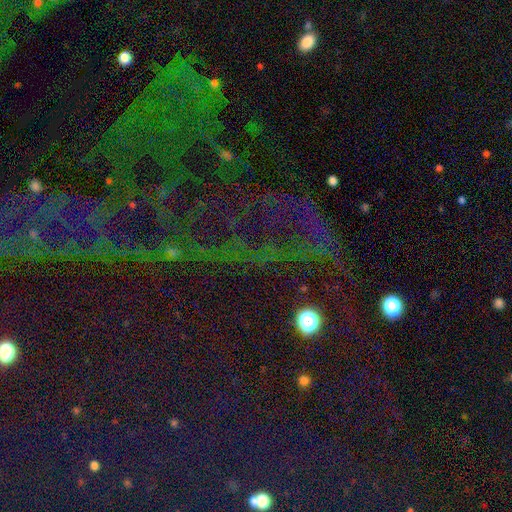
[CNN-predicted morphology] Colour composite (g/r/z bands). It shows a star or artifact, not a galaxy (75%).